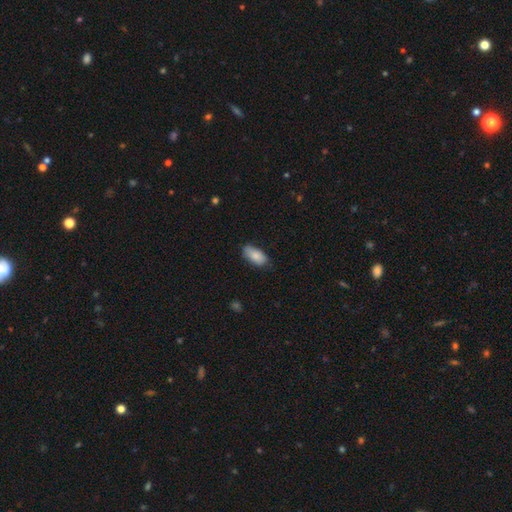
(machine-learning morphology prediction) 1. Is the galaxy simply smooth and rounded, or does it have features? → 86% smooth, 8% featured or disk, 6% star or artifact.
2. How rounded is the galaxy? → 92% in between, 5% cigar-shaped, 3% round.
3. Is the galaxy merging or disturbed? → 75% none, 20% minor disturbance, 3% major disturbance, 1% merger.